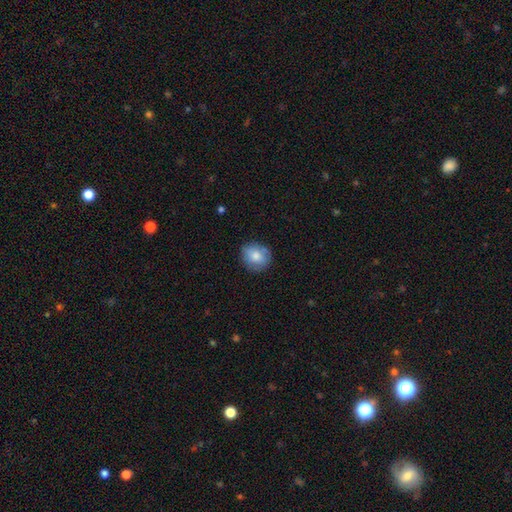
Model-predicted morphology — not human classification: A smooth galaxy with no disk features (77%) that is round (70%).

Vote fractions:
- Smooth or featured? smooth: 77% / featured or disk: 16% / star or artifact: 8%
- How rounded? round: 70% / in between: 29% / cigar-shaped: 1%
- Merging? none: 75% / minor disturbance: 19% / major disturbance: 4% / merger: 1%